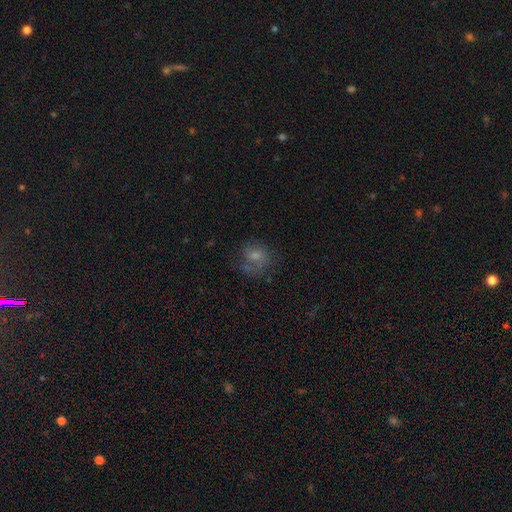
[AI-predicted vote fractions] A featured or disk galaxy (42%). Merging: none (58%).